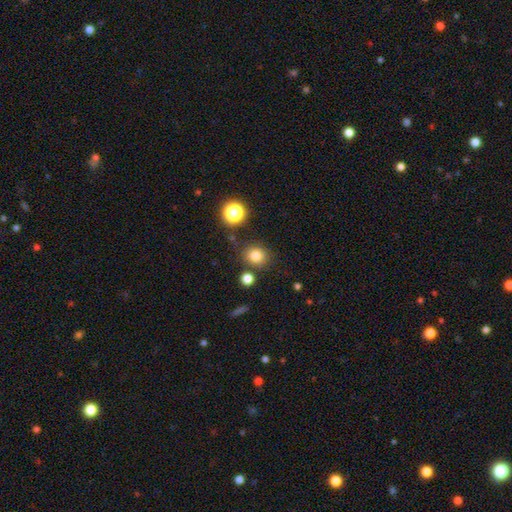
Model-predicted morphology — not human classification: Smooth or featured? Predicted: smooth (p=0.79). How rounded? Predicted: round (p=0.80). Merging? Predicted: none (p=0.78).